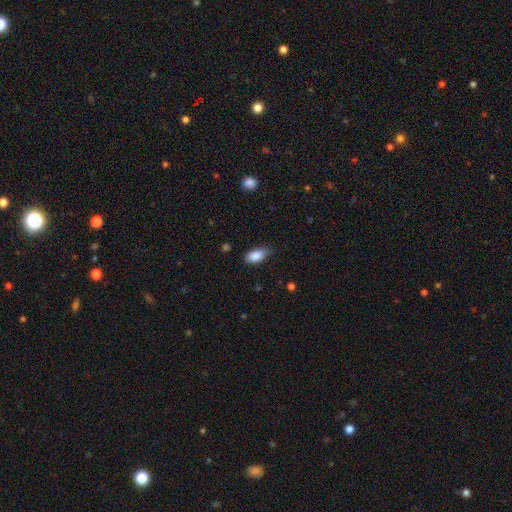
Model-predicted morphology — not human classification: smooth 87%, star or artifact 7%, featured or disk 5%. Down the decision tree: how rounded — in between (92%); merging — none (72%).